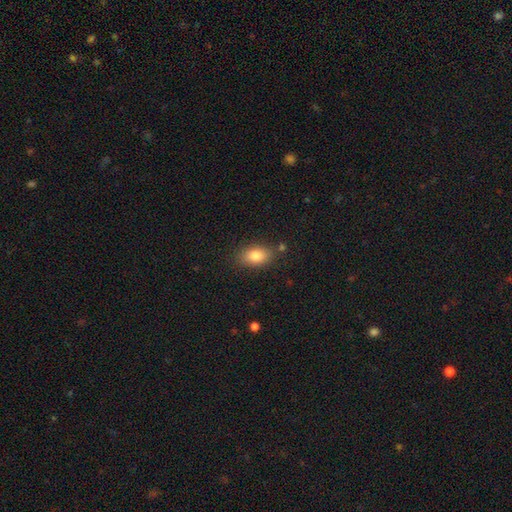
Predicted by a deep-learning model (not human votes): smooth-or-featured: smooth: 83% | featured or disk: 8% | star or artifact: 8%
  how-rounded: in between: 87% | round: 10% | cigar-shaped: 3%
  merging: none: 81% | minor disturbance: 12% | merger: 4% | major disturbance: 3%